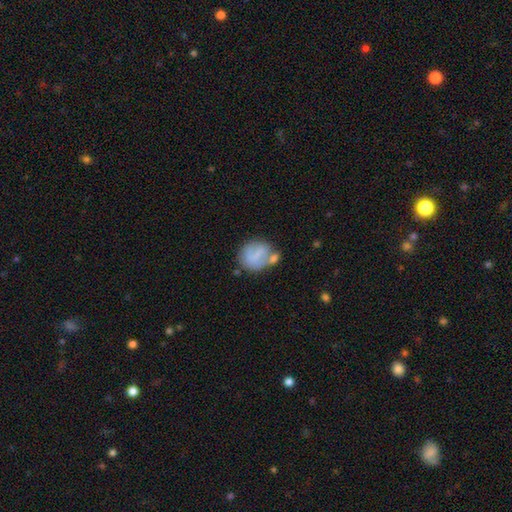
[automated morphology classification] type=smooth (63%); roundness=round (64%); merging=none (42%).